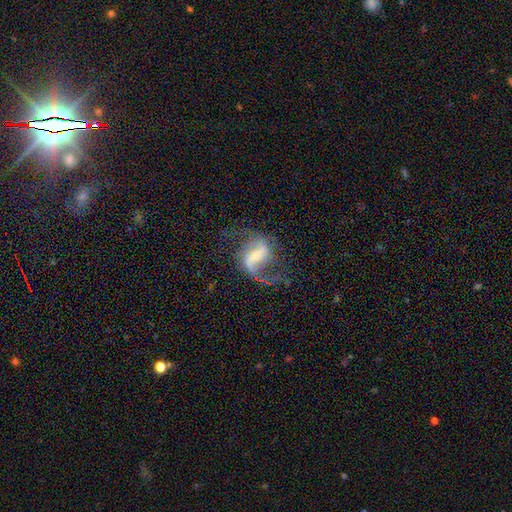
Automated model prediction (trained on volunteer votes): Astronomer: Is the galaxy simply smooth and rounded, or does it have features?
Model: featured or disk — 86%.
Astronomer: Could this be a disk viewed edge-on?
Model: no — 97%.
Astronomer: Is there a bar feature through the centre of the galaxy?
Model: strong — 45% (runner-up: weak, 41%).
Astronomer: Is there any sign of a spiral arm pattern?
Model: yes — 95%.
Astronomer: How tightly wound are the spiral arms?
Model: loose — 61%.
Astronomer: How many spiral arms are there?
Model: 2 — 90%.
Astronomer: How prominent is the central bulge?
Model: small — 41% (runner-up: moderate, 31%).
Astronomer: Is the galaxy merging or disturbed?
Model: none — 64%.